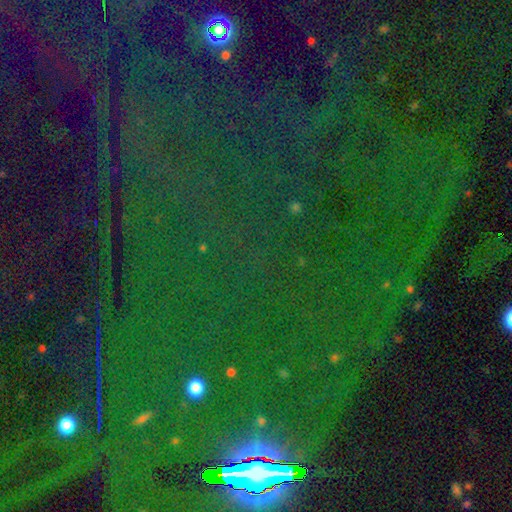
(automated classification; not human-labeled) Q: Smooth or featured?
A: star or artifact (85%); runner-up: smooth (9%)